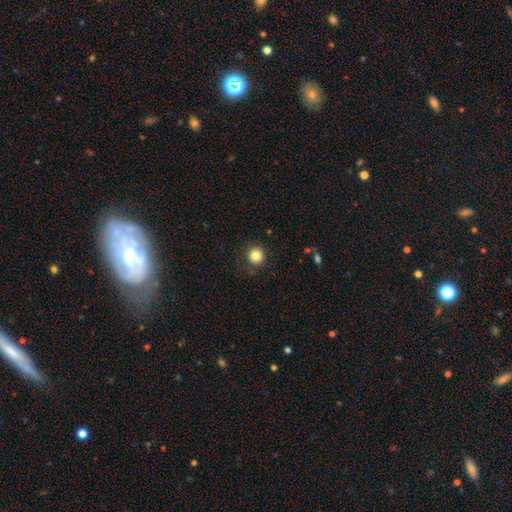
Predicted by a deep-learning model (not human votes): Smooth or featured: smooth — 83% (star or artifact — 11%)
How rounded: round — 94% (in between — 5%)
Merging: none — 87% (minor disturbance — 9%)